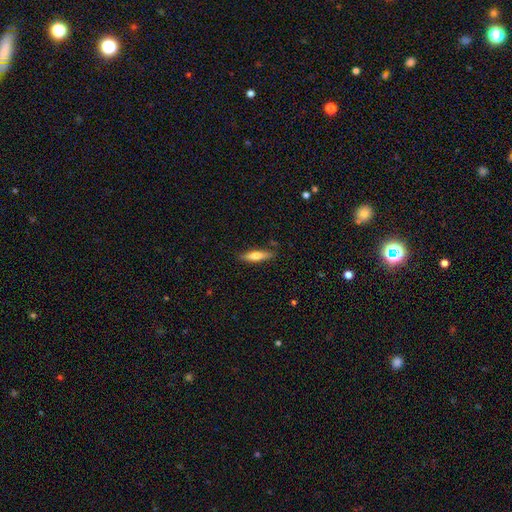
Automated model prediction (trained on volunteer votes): smooth_or_featured: smooth (p=0.62) [alt: featured or disk p=0.32]
how_rounded: cigar-shaped (p=0.73) [alt: in between p=0.25]
merging: none (p=0.85) [alt: minor disturbance p=0.11]